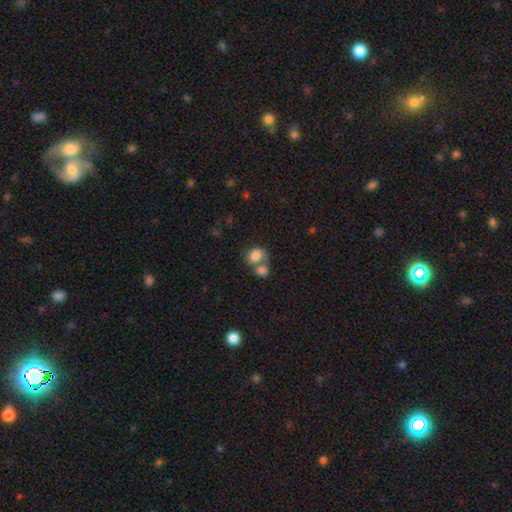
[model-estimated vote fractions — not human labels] This is likely a smooth galaxy (77%). How rounded: possibly in between (53%). Merging: possibly merger (57%).